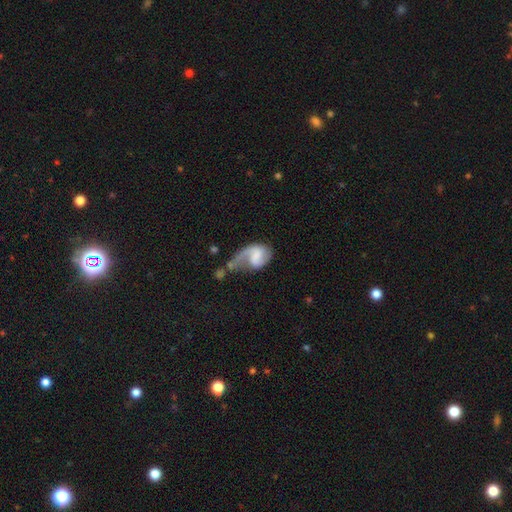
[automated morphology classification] smooth_or_featured: featured or disk (p=0.65) [alt: smooth p=0.28]
disk_edge_on: no (p=0.97) [alt: yes p=0.03]
bar: weak (p=0.46) [alt: no p=0.38]
has_spiral_arms: yes (p=0.88) [alt: no p=0.12]
spiral_winding: loose (p=0.51) [alt: medium p=0.36]
spiral_arm_count: 2 (p=0.49) [alt: 1 p=0.43]
bulge_size: none (p=0.36) [alt: moderate p=0.24]
merging: major disturbance (p=0.39) [alt: none p=0.24]